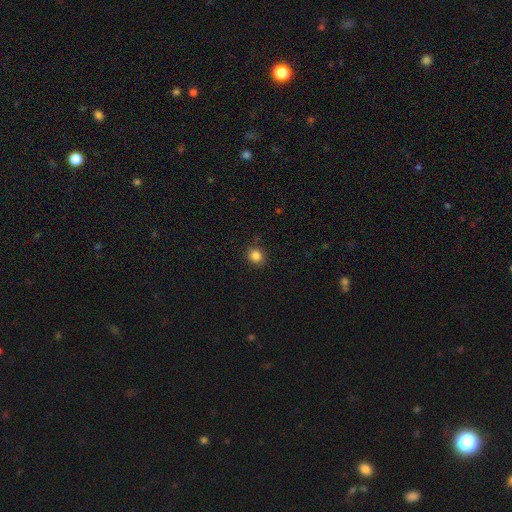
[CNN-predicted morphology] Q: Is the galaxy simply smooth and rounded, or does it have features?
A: smooth — 85%.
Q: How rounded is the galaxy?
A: round — 83%.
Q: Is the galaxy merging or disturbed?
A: none — 86%.